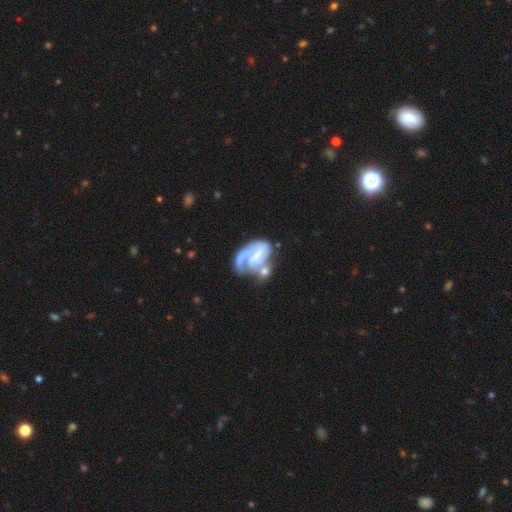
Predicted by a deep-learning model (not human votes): smooth_or_featured: featured or disk (p=0.79) [alt: smooth p=0.15]
disk_edge_on: no (p=0.98) [alt: yes p=0.02]
bar: weak (p=0.43) [alt: no p=0.35]
has_spiral_arms: yes (p=0.87) [alt: no p=0.13]
spiral_winding: tight (p=0.42) [alt: medium p=0.39]
spiral_arm_count: 1 (p=0.37) [alt: 2 p=0.35]
bulge_size: small (p=0.47) [alt: none p=0.31]
merging: merger (p=0.31) [alt: major disturbance p=0.26]